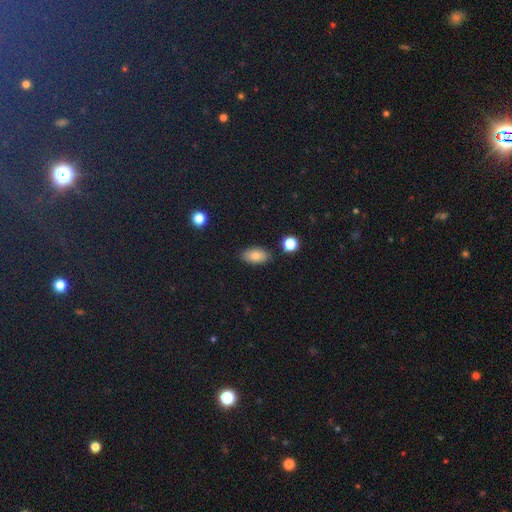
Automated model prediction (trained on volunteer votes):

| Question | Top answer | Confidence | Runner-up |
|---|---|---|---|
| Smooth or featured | smooth | 82% | featured or disk (9%) |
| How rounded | in between | 91% | round (6%) |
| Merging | none | 84% | minor disturbance (11%) |